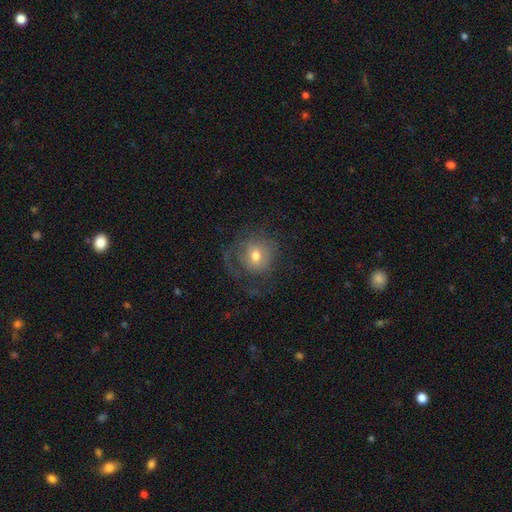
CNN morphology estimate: A smooth galaxy with no disk features (51%) that is round (83%). Merging: none (52%).